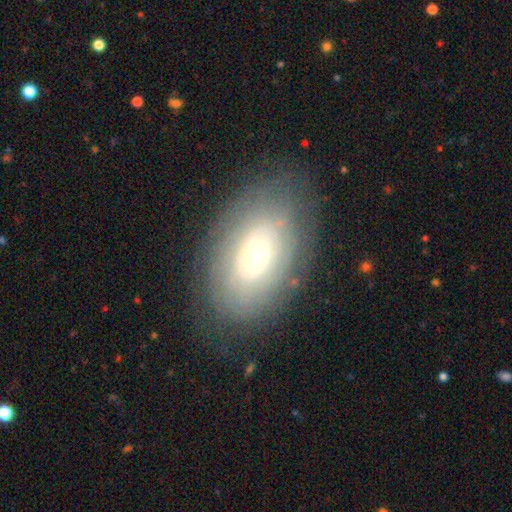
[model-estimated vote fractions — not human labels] The model was most divided on "smooth or featured": featured or disk: 50%, smooth: 41%, star or artifact: 9%. More confident: merging — none (75%).